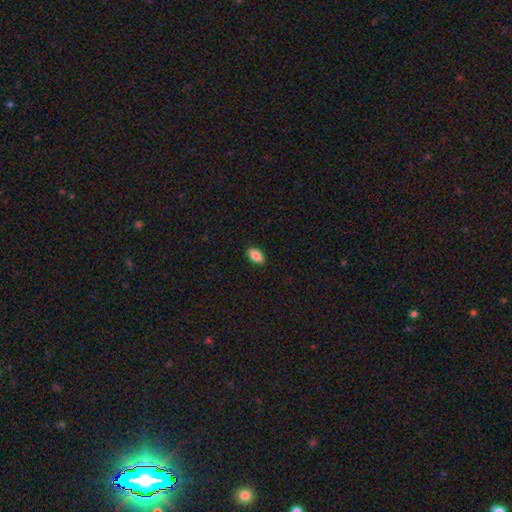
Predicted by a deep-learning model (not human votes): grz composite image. It shows a smooth galaxy with no disk features (86%) that is in between round and cigar-shaped (92%). Merging: none (89%).